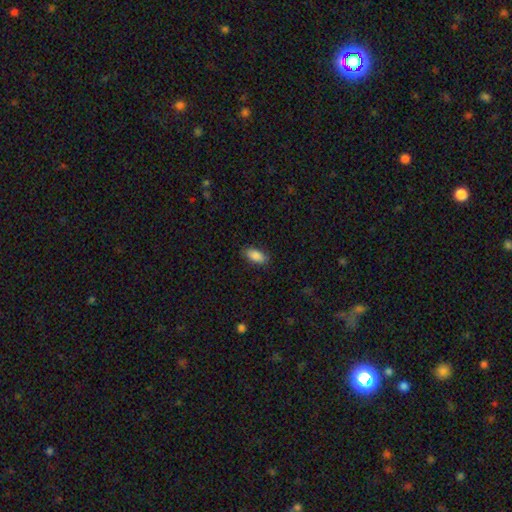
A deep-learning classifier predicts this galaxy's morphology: This appears to be a smooth galaxy with no disk features (88%) that is in between round and cigar-shaped (90%). Merging: none (85%).